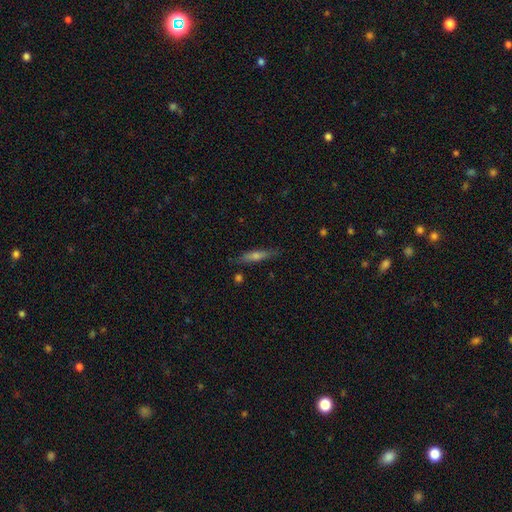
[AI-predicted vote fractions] Q: Smooth or featured?
A: smooth (48%); runner-up: featured or disk (44%)
Q: Merging?
A: none (85%); runner-up: minor disturbance (11%)